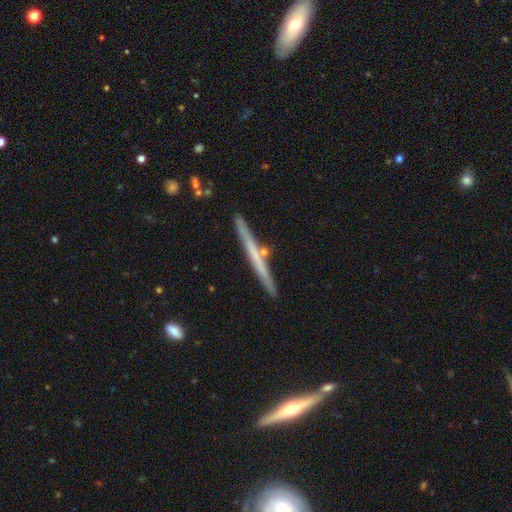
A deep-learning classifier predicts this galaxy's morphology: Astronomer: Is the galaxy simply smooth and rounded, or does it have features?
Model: featured or disk — 53% (runner-up: smooth, 40%).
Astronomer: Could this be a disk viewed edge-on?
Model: yes — 97%.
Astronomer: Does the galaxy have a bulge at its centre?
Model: none — 85%.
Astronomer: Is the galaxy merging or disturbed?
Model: none — 86%.